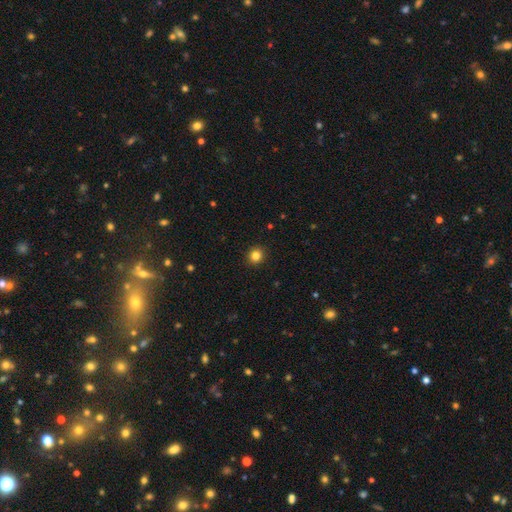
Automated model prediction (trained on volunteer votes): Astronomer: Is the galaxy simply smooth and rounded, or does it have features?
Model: smooth — 84%.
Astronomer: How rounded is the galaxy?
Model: round — 87%.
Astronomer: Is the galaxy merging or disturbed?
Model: none — 92%.